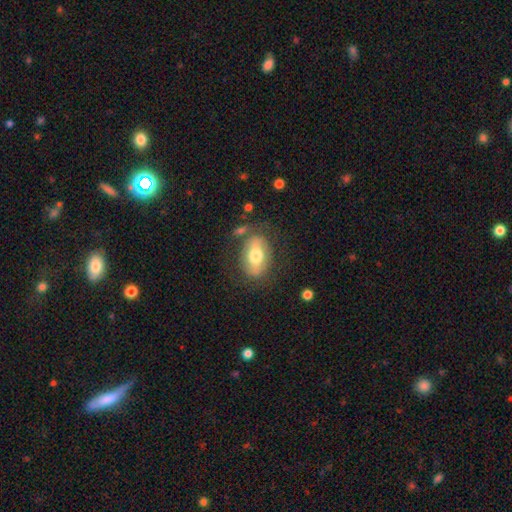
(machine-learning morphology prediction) This is possibly a smooth galaxy (51%). How rounded: clearly in between (84%). Merging: likely none (70%).